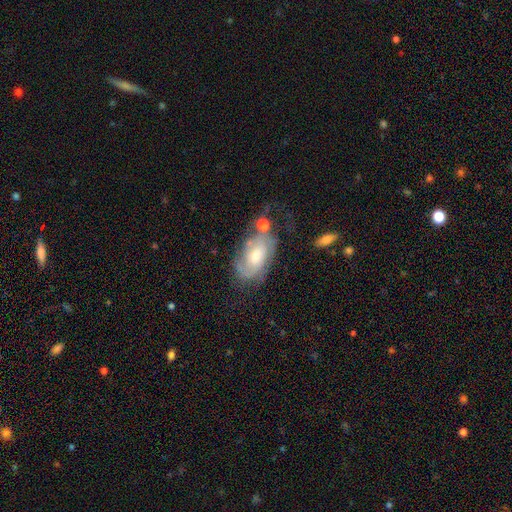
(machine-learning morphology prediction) Overall: featured or disk (62%; smooth 30%). Edge-on disk: no (94%). Bar: no (65%; weak 30%). Spiral arms: yes (79%). Bulge size: moderate (57%; small 31%). Merging: none (49%; minor disturbance 24%).